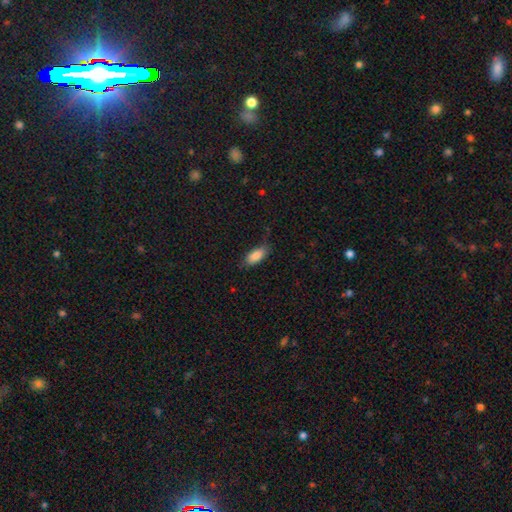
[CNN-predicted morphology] smooth 87%, star or artifact 7%, featured or disk 6%. Down the decision tree: how rounded — in between (84%); merging — none (73%).